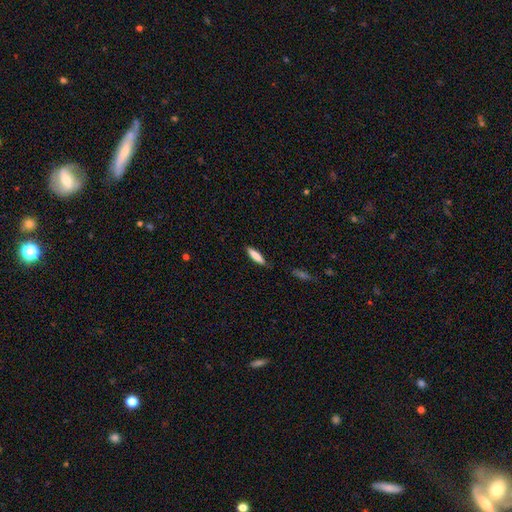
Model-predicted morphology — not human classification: smooth-or-featured: smooth: 83% | featured or disk: 11% | star or artifact: 6%
  how-rounded: cigar-shaped: 75% | in between: 23% | round: 1%
  merging: none: 83% | minor disturbance: 13% | major disturbance: 2% | merger: 2%